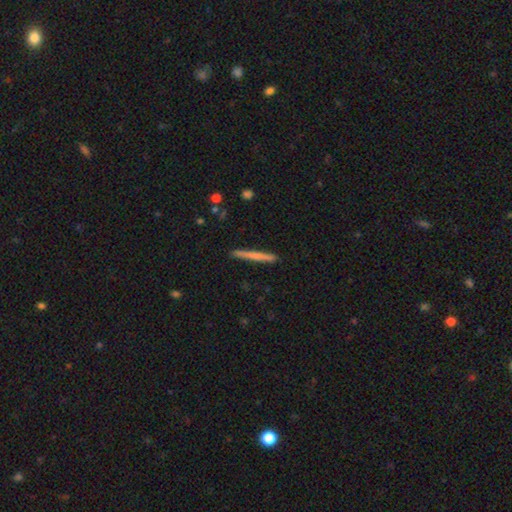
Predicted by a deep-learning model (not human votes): Smooth or featured? Predicted: smooth (p=0.65). How rounded? Predicted: cigar-shaped (p=0.97). Merging? Predicted: none (p=0.91).